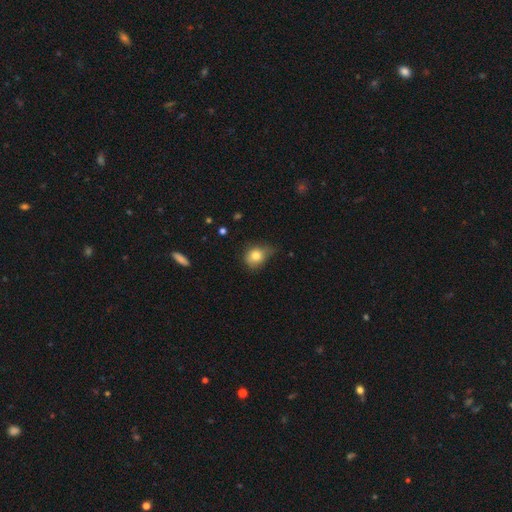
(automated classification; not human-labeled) Q: Smooth or featured?
A: smooth (79%); runner-up: featured or disk (11%)
Q: How rounded?
A: round (61%); runner-up: in between (38%)
Q: Merging?
A: none (46%); runner-up: minor disturbance (41%)